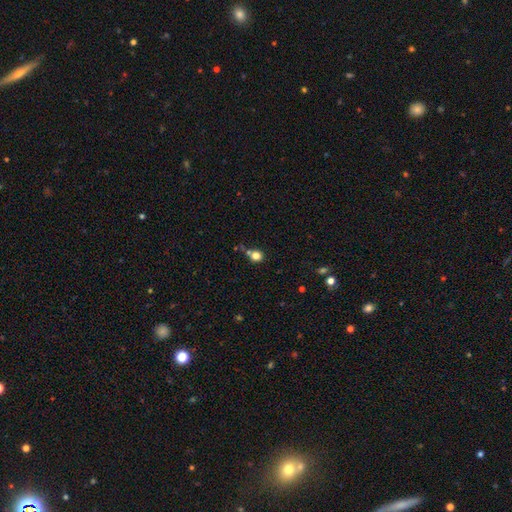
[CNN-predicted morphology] smooth-or-featured: smooth: 78% | star or artifact: 15% | featured or disk: 7%
  how-rounded: round: 88% | in between: 10% | cigar-shaped: 1%
  merging: none: 63% | merger: 19% | minor disturbance: 12% | major disturbance: 6%